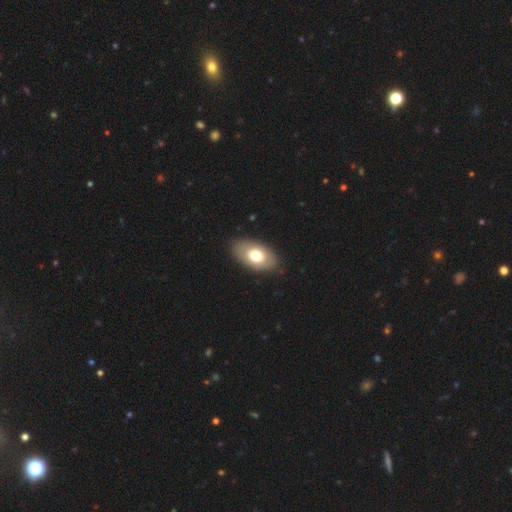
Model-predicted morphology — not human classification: type=smooth (67%); roundness=in between (92%); merging=none (85%).